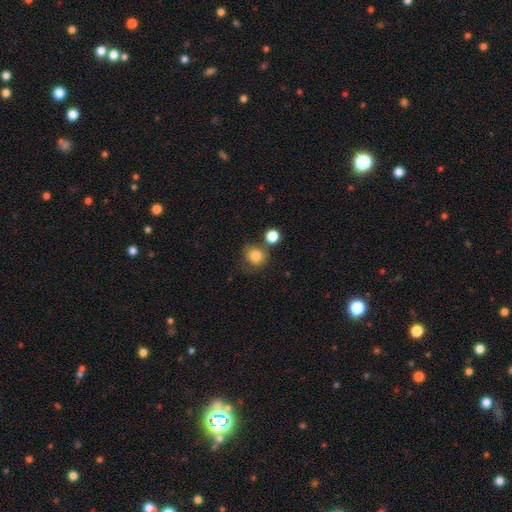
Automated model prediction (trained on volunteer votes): Overall: smooth (82%). How rounded: round (82%). Merging: none (62%).